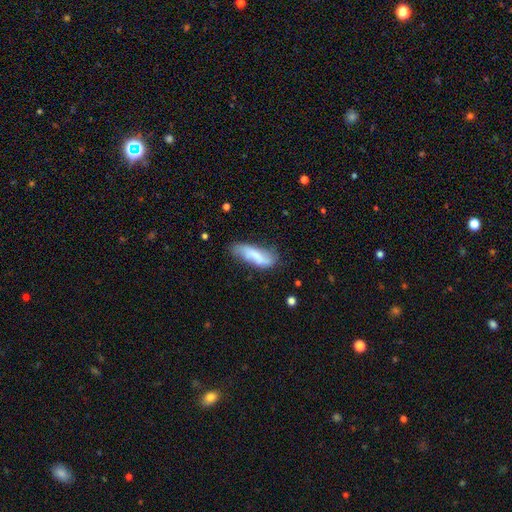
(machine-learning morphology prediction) Smooth or featured: smooth — 65% (featured or disk — 28%)
How rounded: in between — 58% (cigar-shaped — 40%)
Merging: none — 47% (minor disturbance — 34%)